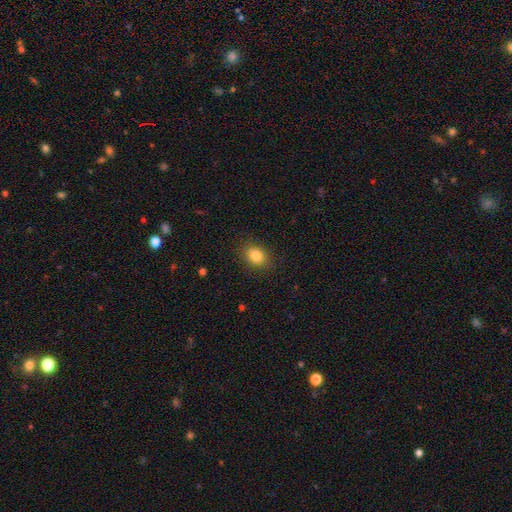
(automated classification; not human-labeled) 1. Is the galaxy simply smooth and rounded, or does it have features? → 84% smooth, 10% star or artifact, 6% featured or disk.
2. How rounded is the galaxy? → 59% in between, 39% round, 1% cigar-shaped.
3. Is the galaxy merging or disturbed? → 87% none, 9% minor disturbance, 3% major disturbance, 1% merger.